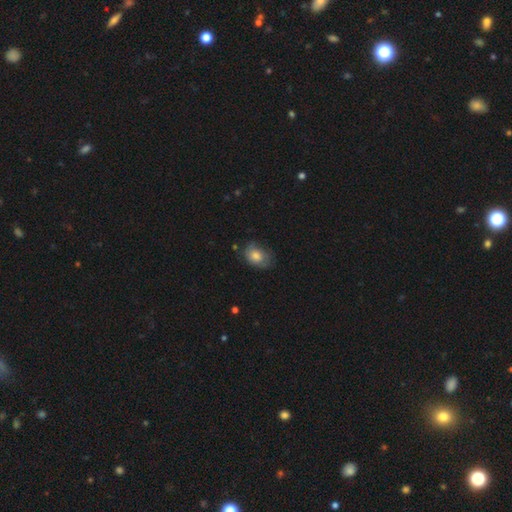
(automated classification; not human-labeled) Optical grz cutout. It shows a smooth galaxy with no disk features (72%) that is in between round and cigar-shaped (69%). Merging: none (61%).